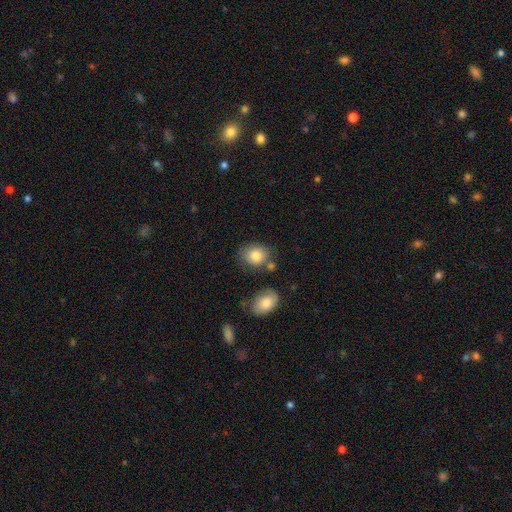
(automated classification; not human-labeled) This is clearly a smooth galaxy (84%). How rounded: possibly in between (50%). Merging: likely none (65%).